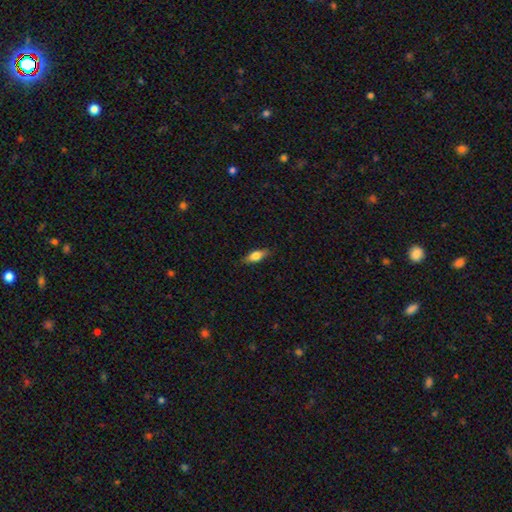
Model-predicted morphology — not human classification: type=smooth (70%); roundness=in between (68%); merging=none (84%).